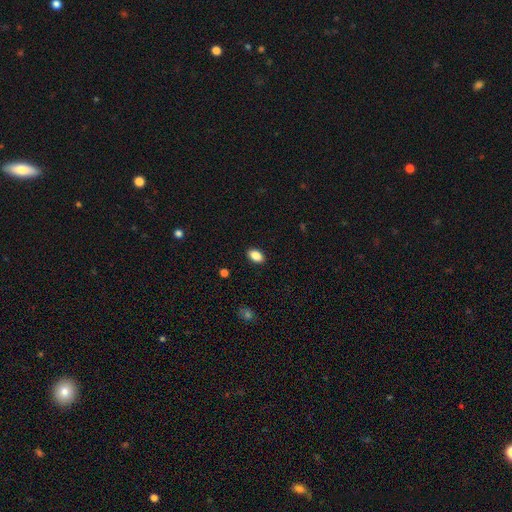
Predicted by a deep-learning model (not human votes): Morphology: type=smooth (86%); roundness=in between (90%); merging=none (89%).